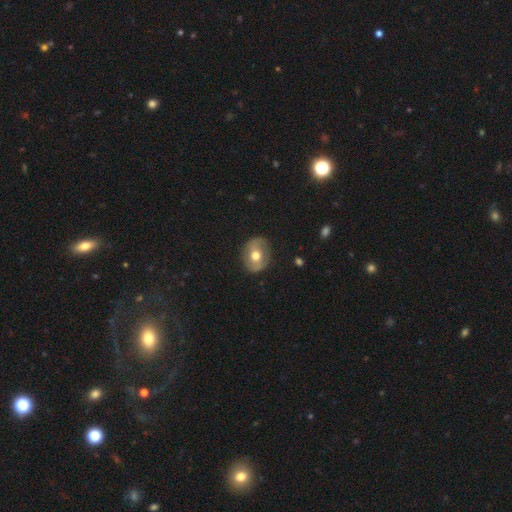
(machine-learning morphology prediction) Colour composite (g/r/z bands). It shows a smooth galaxy with no disk features (47%). Merging: none (82%).